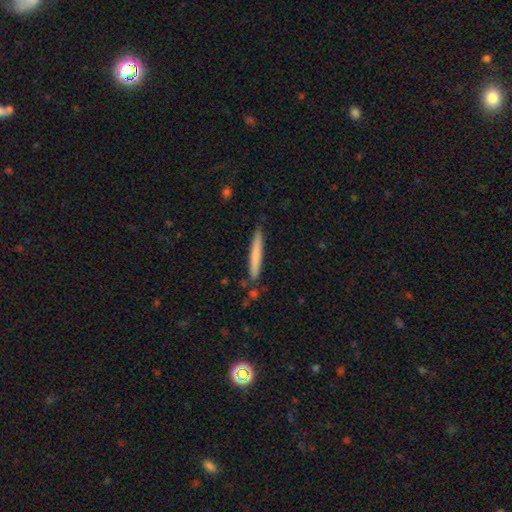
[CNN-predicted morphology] smooth_or_featured: smooth (p=0.71) [alt: featured or disk p=0.23]
how_rounded: cigar-shaped (p=0.96) [alt: in between p=0.03]
merging: none (p=0.84) [alt: minor disturbance p=0.11]